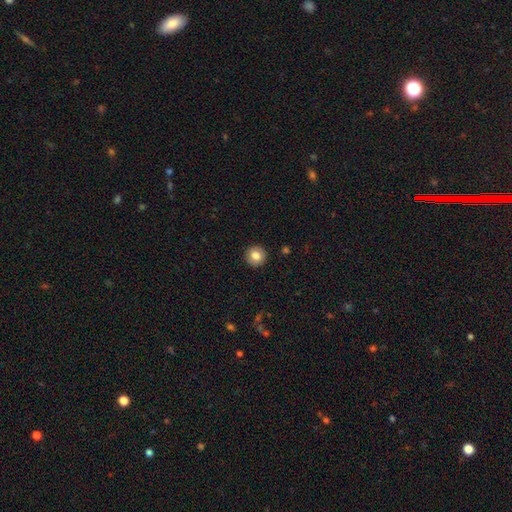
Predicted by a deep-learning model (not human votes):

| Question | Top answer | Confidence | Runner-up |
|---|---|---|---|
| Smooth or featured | smooth | 82% | featured or disk (9%) |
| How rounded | round | 95% | in between (4%) |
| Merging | none | 92% | minor disturbance (5%) |